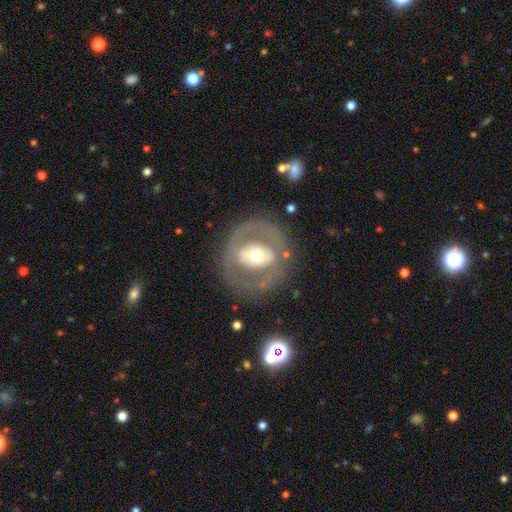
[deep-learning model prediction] smooth-or-featured: featured or disk: 60% | smooth: 34% | star or artifact: 6%
  disk-edge-on: no: 94% | yes: 6%
    bar: no: 52% | weak: 24% | strong: 24%
    has-spiral-arms: no: 85% | yes: 15%
    bulge-size: moderate: 64% | large: 18% | small: 15% | dominant: 2% | none: 1%
  merging: none: 74% | minor disturbance: 13% | major disturbance: 11% | merger: 2%